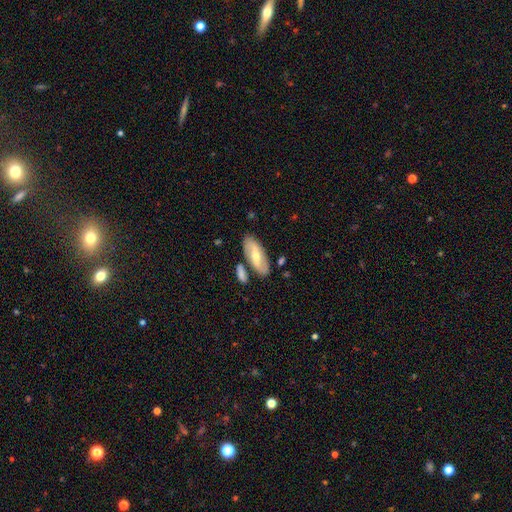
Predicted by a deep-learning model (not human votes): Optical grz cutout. It shows a featured or disk galaxy (56%). Merging: none (77%).